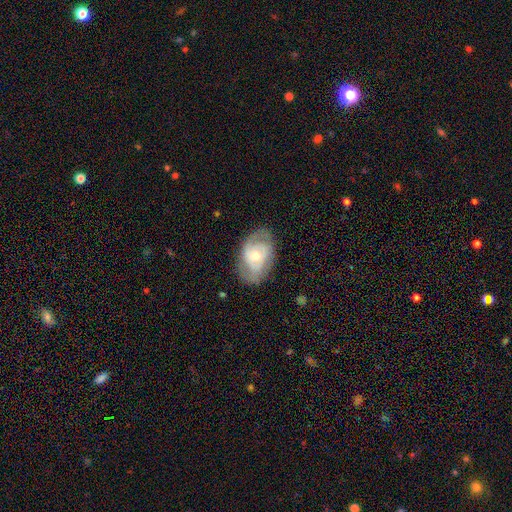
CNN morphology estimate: smooth_or_featured: featured or disk (p=0.62) [alt: smooth p=0.32]
disk_edge_on: no (p=0.94) [alt: yes p=0.06]
bar: no (p=0.69) [alt: weak p=0.25]
has_spiral_arms: yes (p=0.67) [alt: no p=0.33]
bulge_size: moderate (p=0.52) [alt: small p=0.42]
merging: none (p=0.69) [alt: minor disturbance p=0.21]